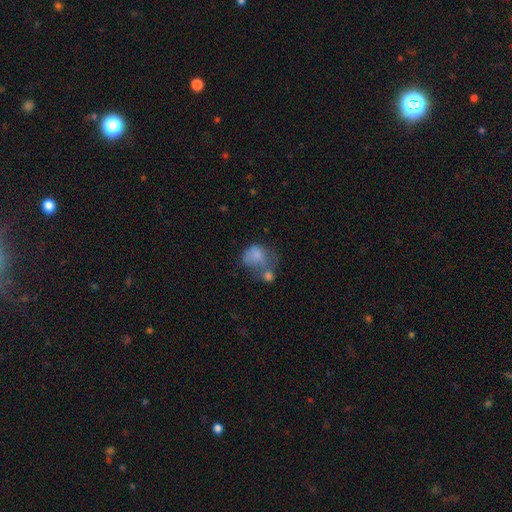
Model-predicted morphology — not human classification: Smooth or featured?
  - smooth: 70% *
  - featured or disk: 20%
  - star or artifact: 10%
How rounded?
  - in between: 52% *
  - round: 47%
  - cigar-shaped: 1%
Merging?
  - merger: 41% *
  - major disturbance: 24%
  - none: 19%
  - minor disturbance: 16%